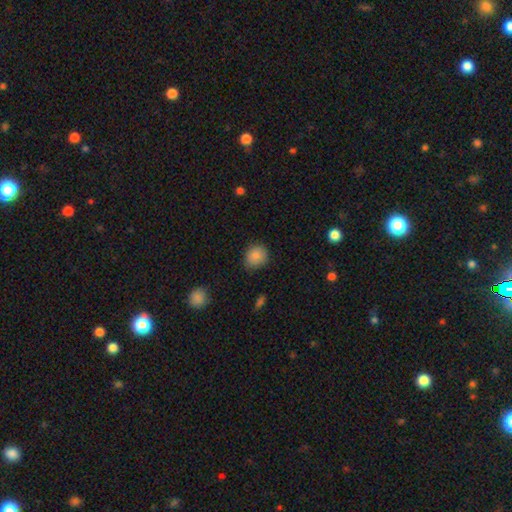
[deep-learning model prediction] Q: Smooth or featured?
A: smooth (86%); runner-up: star or artifact (9%)
Q: How rounded?
A: round (76%); runner-up: in between (23%)
Q: Merging?
A: none (81%); runner-up: minor disturbance (15%)